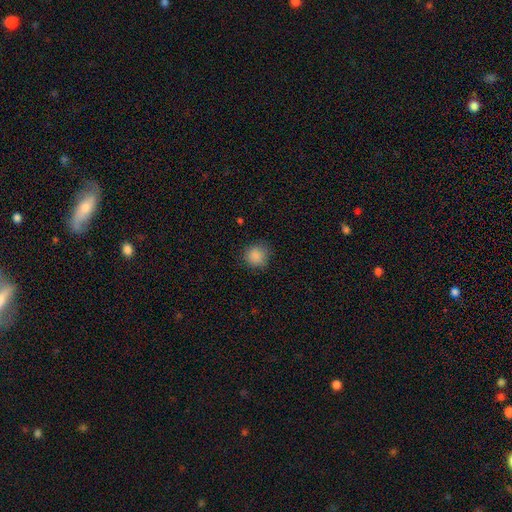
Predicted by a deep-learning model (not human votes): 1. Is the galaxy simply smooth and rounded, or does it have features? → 86% smooth, 10% star or artifact, 4% featured or disk.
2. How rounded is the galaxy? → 87% round, 12% in between, 1% cigar-shaped.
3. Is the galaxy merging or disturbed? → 83% none, 12% minor disturbance, 4% major disturbance, 1% merger.